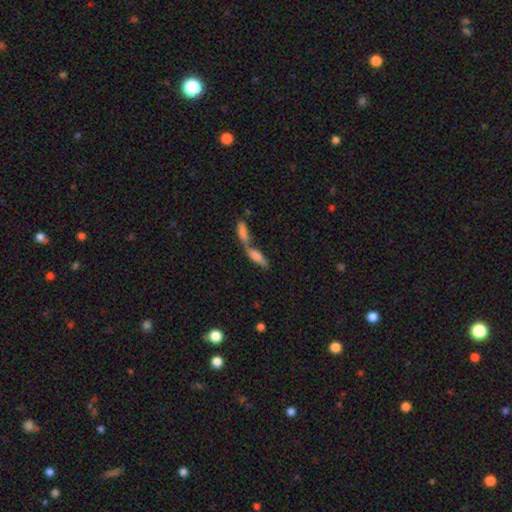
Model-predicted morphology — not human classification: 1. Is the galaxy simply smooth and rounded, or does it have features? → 65% smooth, 26% featured or disk, 9% star or artifact.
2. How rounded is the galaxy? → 49% cigar-shaped, 48% in between, 3% round.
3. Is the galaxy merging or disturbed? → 70% merger, 20% none, 6% minor disturbance, 4% major disturbance.